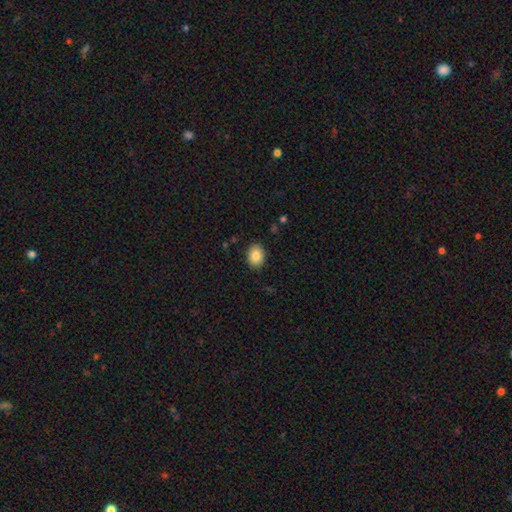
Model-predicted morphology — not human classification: Smooth or featured? Predicted: smooth (p=0.86). How rounded? Predicted: in between (p=0.63). Merging? Predicted: none (p=0.89).